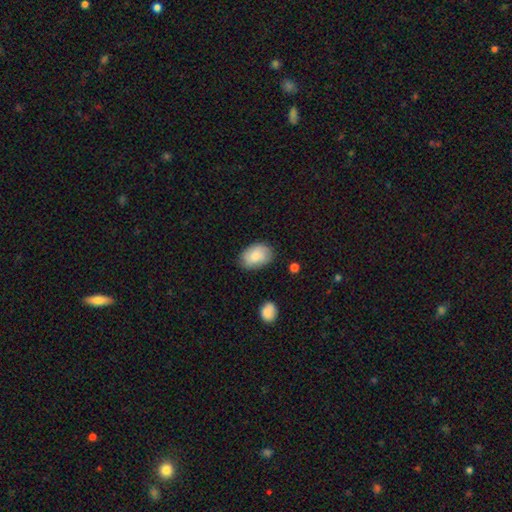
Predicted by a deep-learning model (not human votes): Smooth or featured?
  - smooth: 77% *
  - featured or disk: 17%
  - star or artifact: 6%
How rounded?
  - in between: 84% *
  - round: 15%
  - cigar-shaped: 1%
Merging?
  - none: 80% *
  - minor disturbance: 15%
  - major disturbance: 3%
  - merger: 2%